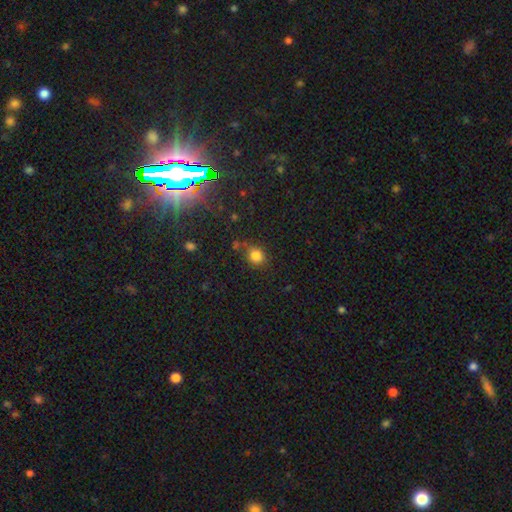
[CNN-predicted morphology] The model was most divided on "how rounded": round: 78%, in between: 21%, cigar-shaped: 1%. More confident: smooth or featured — smooth (82%); merging — none (75%).